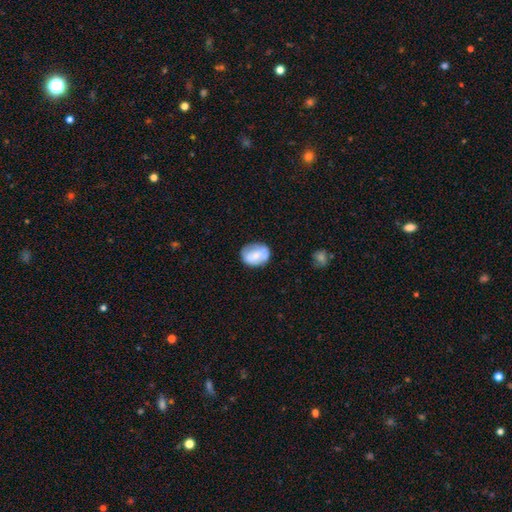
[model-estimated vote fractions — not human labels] Q: Smooth or featured?
A: smooth (63%); runner-up: featured or disk (29%)
Q: How rounded?
A: in between (59%); runner-up: round (40%)
Q: Merging?
A: none (67%); runner-up: minor disturbance (24%)